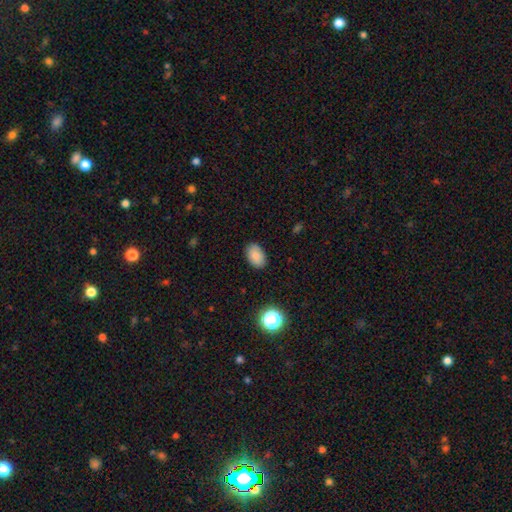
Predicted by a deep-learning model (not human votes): Overall: smooth (86%). How rounded: in between (88%). Merging: none (86%).